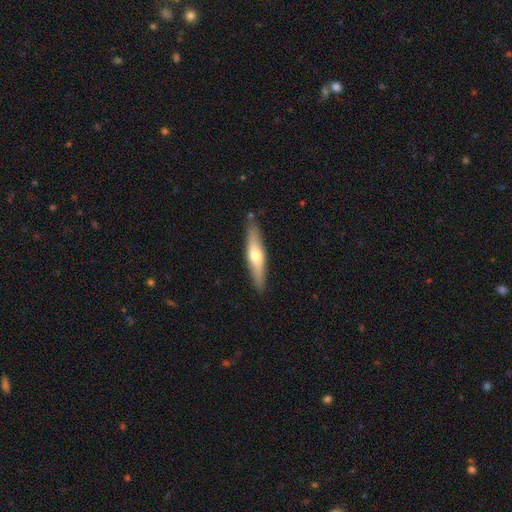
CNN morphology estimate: A smooth galaxy with no disk features (49%). Merging: none (86%).